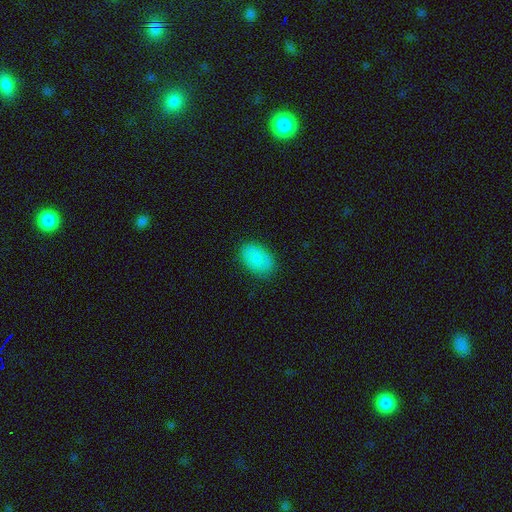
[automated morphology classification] type=smooth (84%); roundness=in between (89%); merging=none (86%).